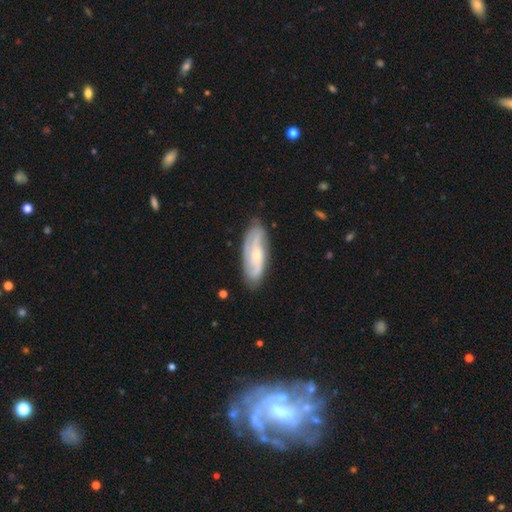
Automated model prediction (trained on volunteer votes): Overall: featured or disk (72%). Edge-on disk: no (88%). Bar: no (58%; weak 32%). Spiral arms: yes (92%). Spiral arm count: 2 (59%; can't tell 21%). Spiral winding: medium (41%; tight 32%). Bulge size: small (61%; moderate 35%). Merging: none (80%).